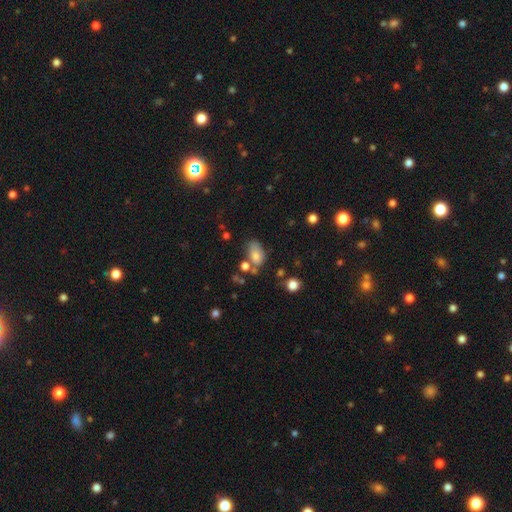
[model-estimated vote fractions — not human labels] A smooth galaxy with no disk features (75%) that is in between round and cigar-shaped (88%).

Vote fractions:
- Smooth or featured? smooth: 75% / featured or disk: 14% / star or artifact: 11%
- How rounded? in between: 88% / round: 11% / cigar-shaped: 2%
- Merging? none: 45% / minor disturbance: 26% / merger: 17% / major disturbance: 12%